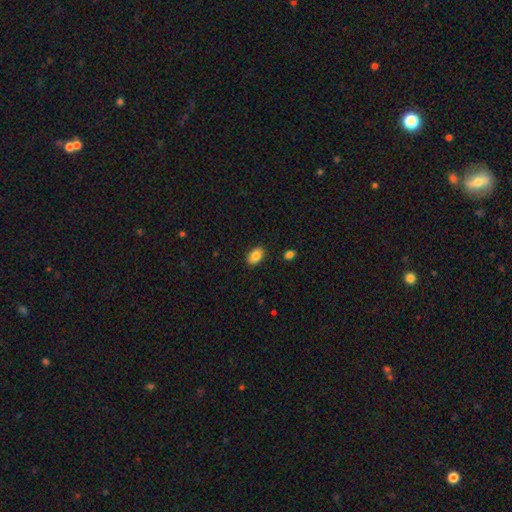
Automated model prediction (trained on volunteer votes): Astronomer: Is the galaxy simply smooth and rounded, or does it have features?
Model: smooth — 85%.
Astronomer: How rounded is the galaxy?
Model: in between — 90%.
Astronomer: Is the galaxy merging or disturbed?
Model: none — 88%.